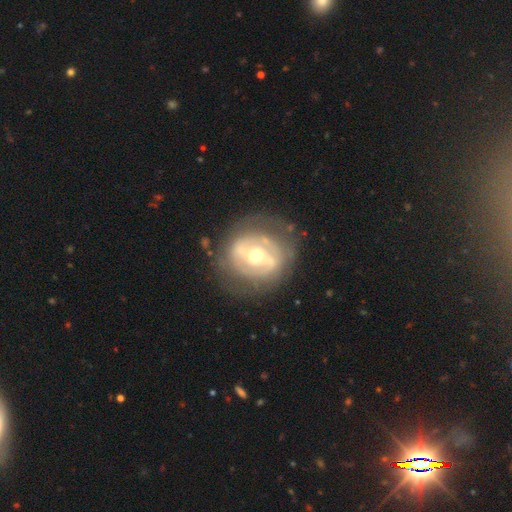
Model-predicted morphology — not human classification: smooth-or-featured: featured or disk: 78% | smooth: 17% | star or artifact: 6%
  disk-edge-on: no: 96% | yes: 4%
    bar: strong: 38% | weak: 34% | no: 27%
    has-spiral-arms: yes: 64% | no: 36%
    bulge-size: moderate: 70% | small: 20% | large: 8% | dominant: 1% | none: 1%
  merging: none: 73% | minor disturbance: 16% | major disturbance: 10% | merger: 2%